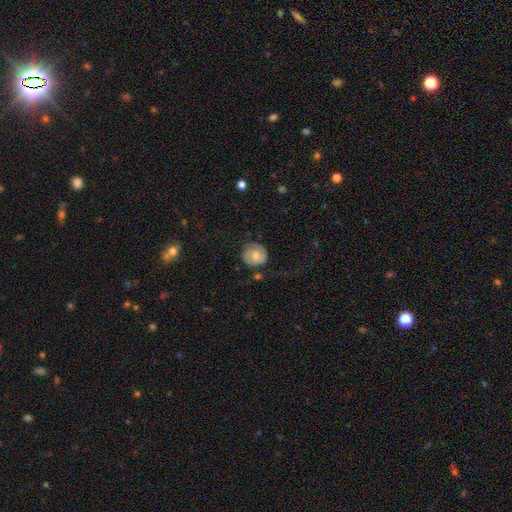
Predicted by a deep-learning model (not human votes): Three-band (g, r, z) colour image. It shows a smooth galaxy with no disk features (51%) that is round (83%). Merging: none (71%).